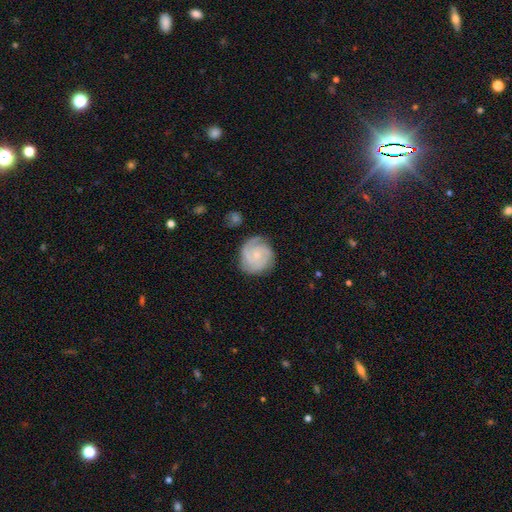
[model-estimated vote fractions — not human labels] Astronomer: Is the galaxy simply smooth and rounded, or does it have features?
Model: featured or disk — 74%.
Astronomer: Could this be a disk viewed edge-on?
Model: no — 98%.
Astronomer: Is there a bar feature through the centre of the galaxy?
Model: no — 72%.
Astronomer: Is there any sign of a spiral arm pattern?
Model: yes — 95%.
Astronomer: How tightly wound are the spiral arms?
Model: tight — 59%.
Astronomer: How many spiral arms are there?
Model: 3 — 41% (runner-up: 2, 24%).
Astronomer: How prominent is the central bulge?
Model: small — 71%.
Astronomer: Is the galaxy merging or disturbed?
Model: none — 76%.